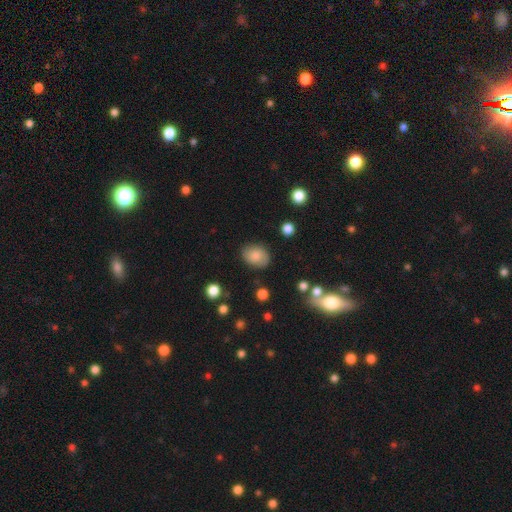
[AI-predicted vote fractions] Smooth or featured? smooth (80%)
How rounded? in between (66%)
Merging? none (80%)